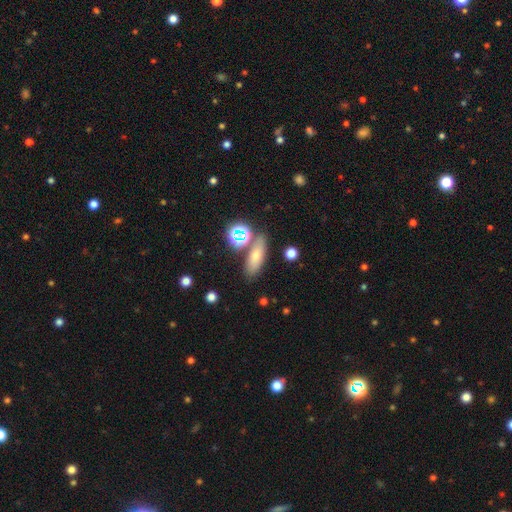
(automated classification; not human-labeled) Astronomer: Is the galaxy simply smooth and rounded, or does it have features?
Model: smooth — 67%.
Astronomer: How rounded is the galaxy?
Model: in between — 57% (runner-up: cigar-shaped, 33%).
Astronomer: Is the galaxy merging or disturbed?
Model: none — 74%.